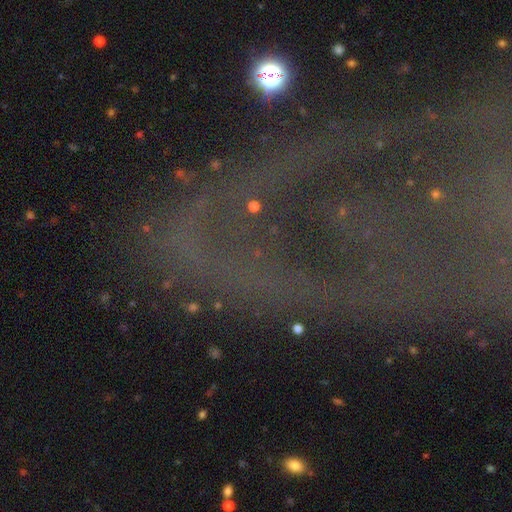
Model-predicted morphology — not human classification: This is possibly a star or artifact rather than a galaxy (53%).